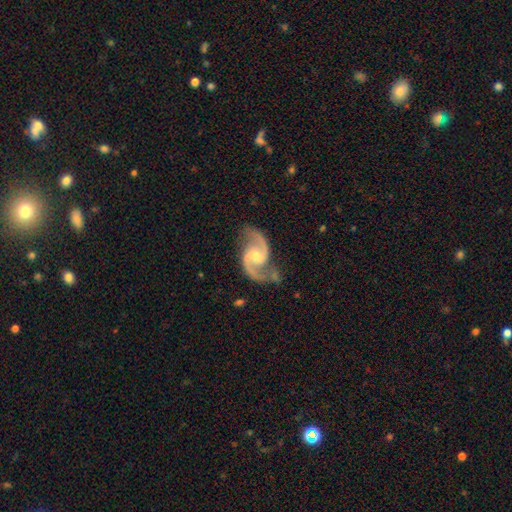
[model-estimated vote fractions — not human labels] This is clearly a featured or disk galaxy (93%). It is clearly not viewed edge-on (98%). Bar: possibly weak (47%). Spiral arm pattern: clearly yes (98%). Spiral arm count: clearly 2 (94%). Spiral winding: likely medium (61%). Central bulge: possibly moderate (51%). Merging: likely none (75%).